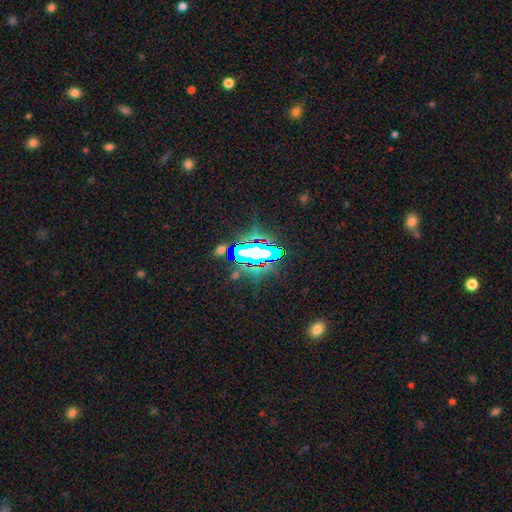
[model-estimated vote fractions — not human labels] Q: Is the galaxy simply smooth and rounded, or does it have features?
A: star or artifact — 72%.